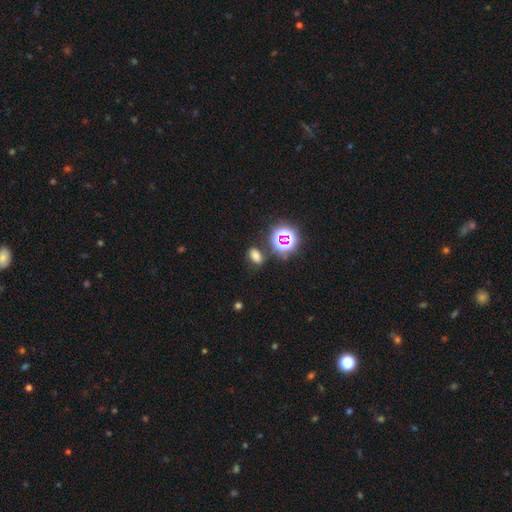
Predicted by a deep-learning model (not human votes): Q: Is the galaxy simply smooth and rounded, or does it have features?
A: smooth — 66%.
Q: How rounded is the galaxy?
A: in between — 79%.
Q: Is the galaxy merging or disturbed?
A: none — 79%.